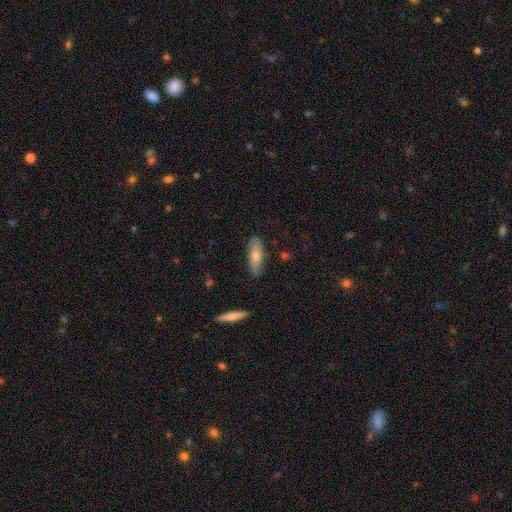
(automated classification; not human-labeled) This appears to be a smooth galaxy with no disk features (70%) that is in between round and cigar-shaped (54%). Merging: none (80%).